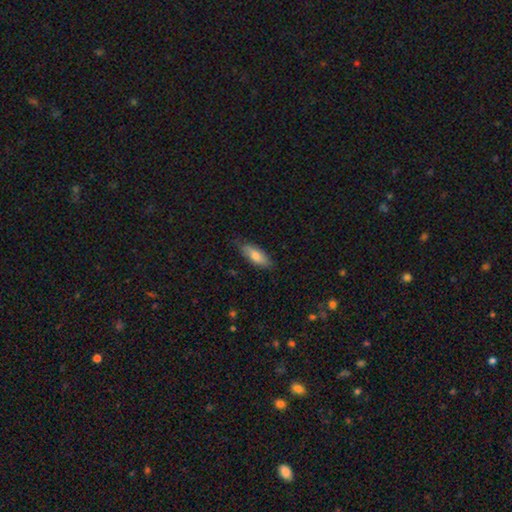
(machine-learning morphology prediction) A smooth galaxy with no disk features (77%) that is in between round and cigar-shaped (67%). Merging: none (78%).